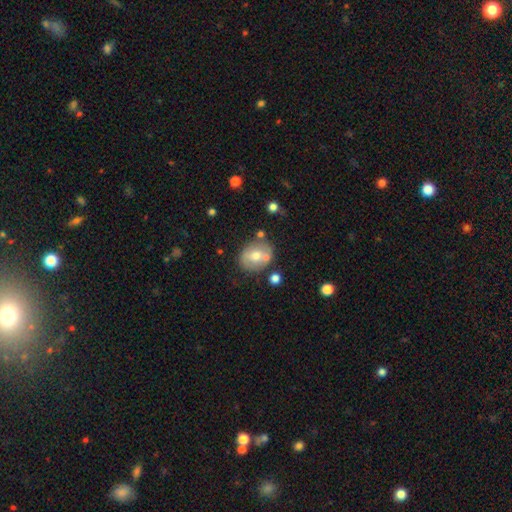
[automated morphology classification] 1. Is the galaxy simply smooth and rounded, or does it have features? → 56% smooth, 36% featured or disk, 8% star or artifact.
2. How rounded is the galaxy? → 57% round, 42% in between, 1% cigar-shaped.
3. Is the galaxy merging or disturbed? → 68% none, 16% minor disturbance, 10% merger, 5% major disturbance.